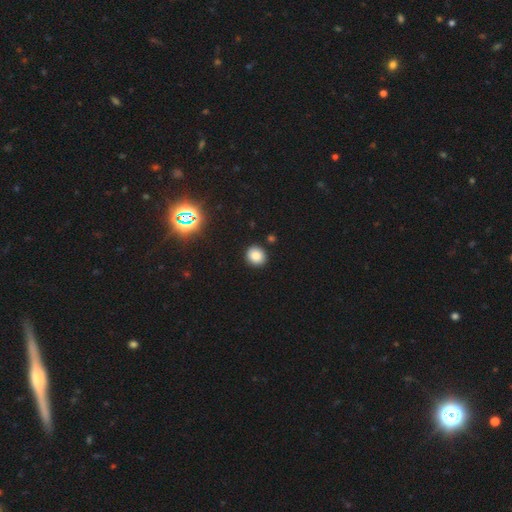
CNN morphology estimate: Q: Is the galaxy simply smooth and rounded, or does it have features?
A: smooth — 83%.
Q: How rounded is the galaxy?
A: round — 81%.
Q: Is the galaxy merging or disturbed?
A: none — 90%.